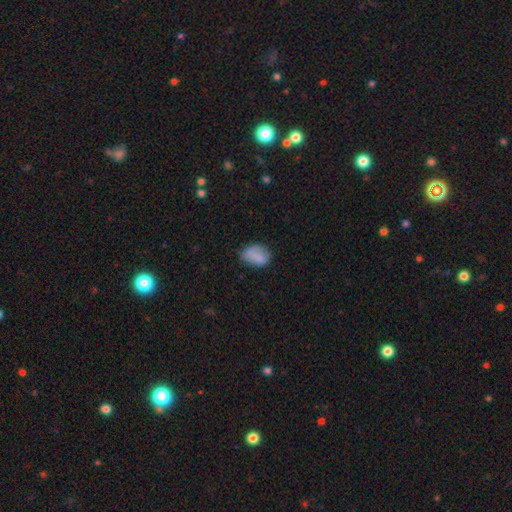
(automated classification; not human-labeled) Smooth or featured?
  - smooth: 80% *
  - featured or disk: 11%
  - star or artifact: 9%
How rounded?
  - in between: 78% *
  - round: 20%
  - cigar-shaped: 1%
Merging?
  - none: 56% *
  - minor disturbance: 31%
  - major disturbance: 10%
  - merger: 3%